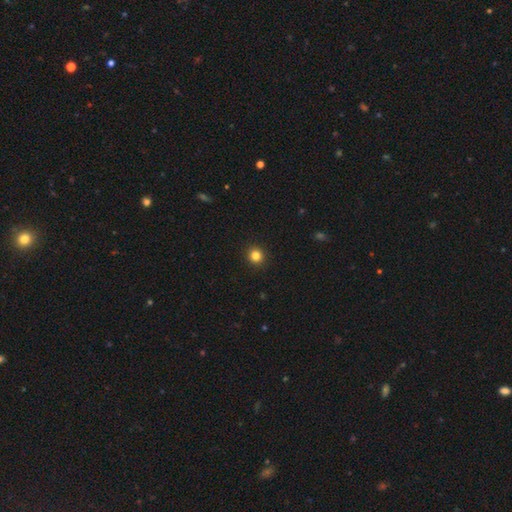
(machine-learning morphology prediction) type=smooth (83%); roundness=round (93%); merging=none (93%).